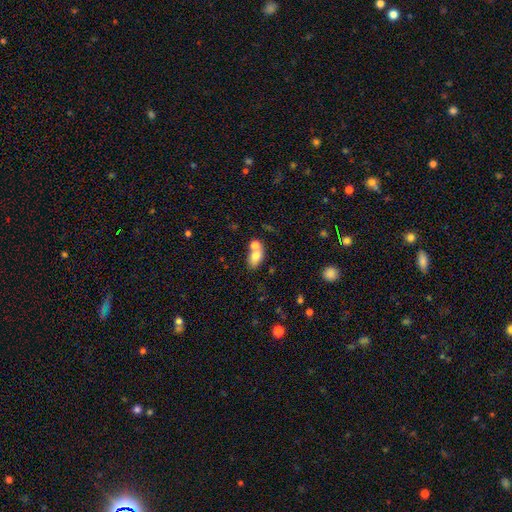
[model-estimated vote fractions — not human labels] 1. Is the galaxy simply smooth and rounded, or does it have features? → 75% smooth, 16% featured or disk, 9% star or artifact.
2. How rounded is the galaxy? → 81% in between, 16% round, 3% cigar-shaped.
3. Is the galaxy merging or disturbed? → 48% merger, 37% none, 11% minor disturbance, 4% major disturbance.